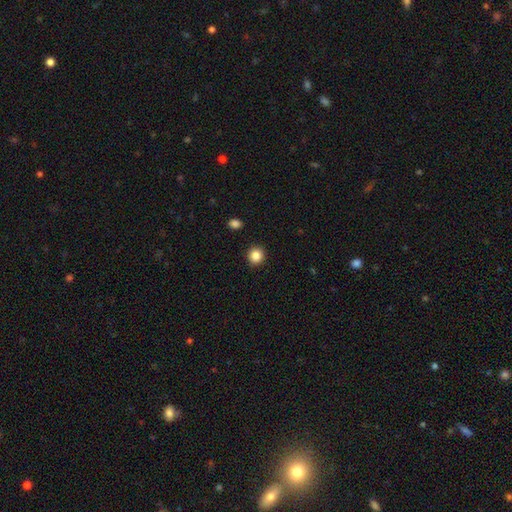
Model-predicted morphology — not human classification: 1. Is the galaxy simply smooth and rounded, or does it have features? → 86% smooth, 10% star or artifact, 4% featured or disk.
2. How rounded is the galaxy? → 92% round, 7% in between, 1% cigar-shaped.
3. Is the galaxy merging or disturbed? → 92% none, 5% minor disturbance, 2% major disturbance, 1% merger.